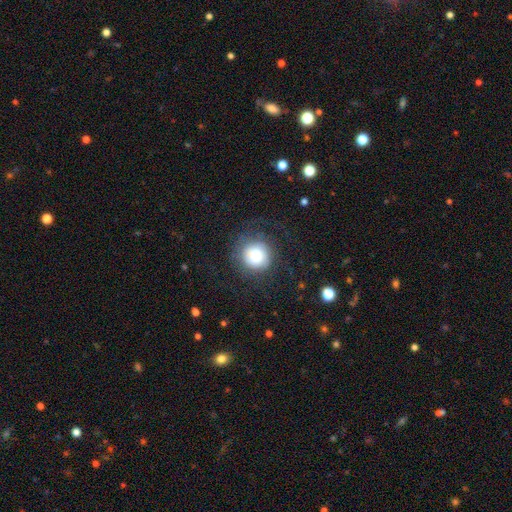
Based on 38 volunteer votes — Smooth or featured? smooth (53%)
How rounded? round (100%)
Merging? none (76%)